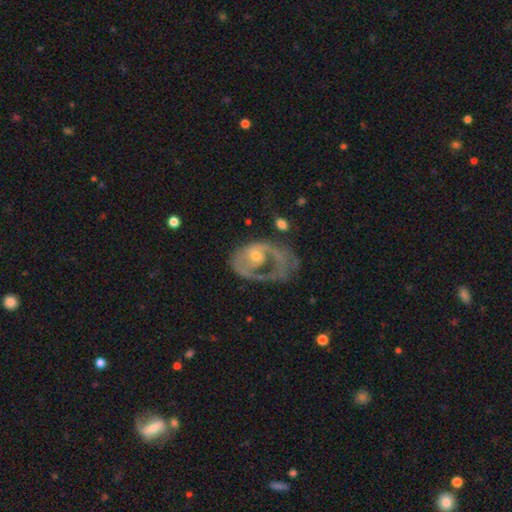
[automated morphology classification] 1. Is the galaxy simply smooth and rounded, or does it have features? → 71% featured or disk, 22% smooth, 7% star or artifact.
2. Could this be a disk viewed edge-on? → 97% no, 3% yes.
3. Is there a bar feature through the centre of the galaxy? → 77% no, 19% weak, 4% strong.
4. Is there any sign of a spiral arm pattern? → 56% yes, 44% no.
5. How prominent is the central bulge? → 50% moderate, 42% small, 4% large, 3% none, 1% dominant.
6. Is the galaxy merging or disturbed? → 56% major disturbance, 22% none, 16% minor disturbance, 6% merger.